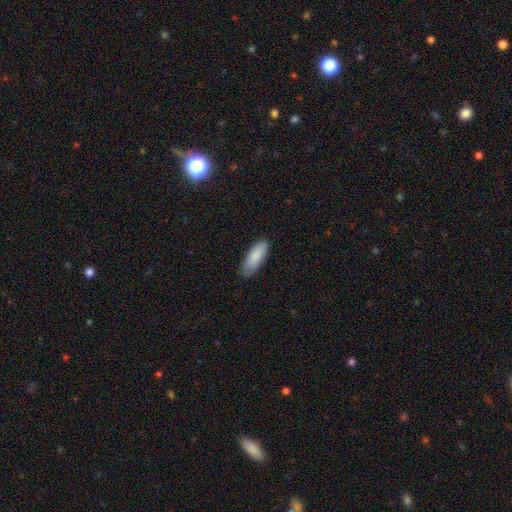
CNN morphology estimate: Smooth or featured?
  - smooth: 85% *
  - featured or disk: 9%
  - star or artifact: 6%
How rounded?
  - in between: 75% *
  - cigar-shaped: 23%
  - round: 2%
Merging?
  - none: 80% *
  - minor disturbance: 17%
  - major disturbance: 3%
  - merger: 1%